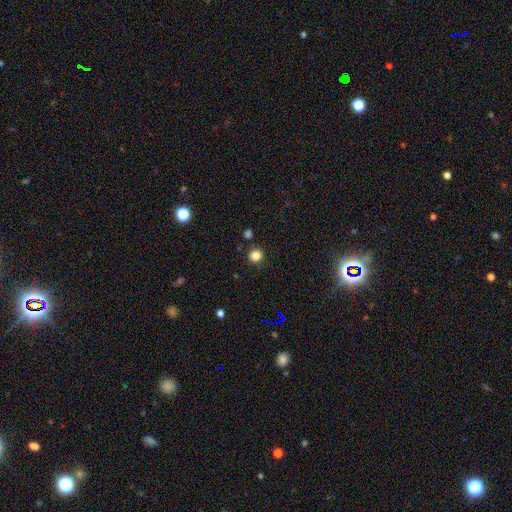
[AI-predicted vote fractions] This appears to be a smooth galaxy with no disk features (84%) that is round (94%). Merging: none (89%).